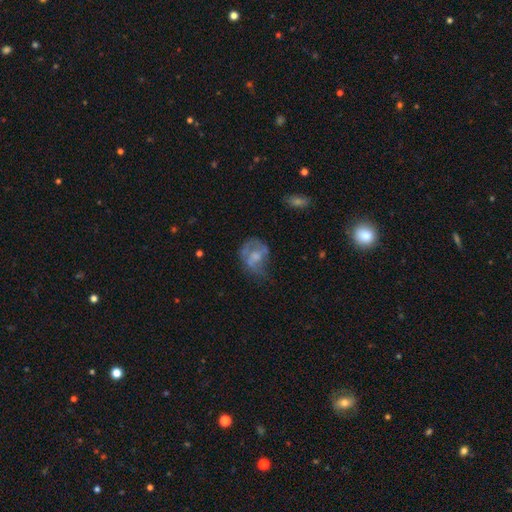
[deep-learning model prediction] featured or disk 48%, smooth 38%, star or artifact 14%. Down the decision tree: merging — none (39%).